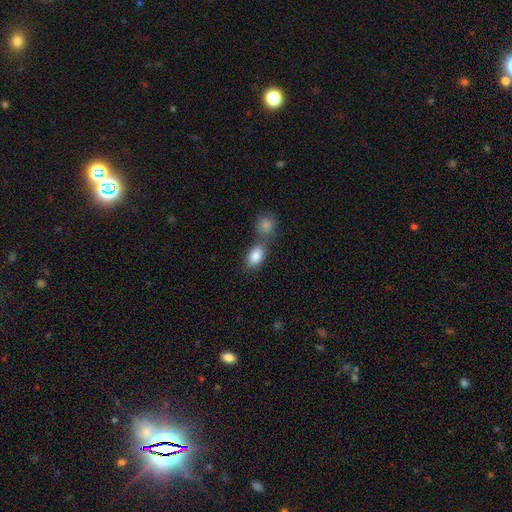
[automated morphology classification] Overall: smooth (86%). How rounded: in between (86%). Merging: none (46%; merger 40%).